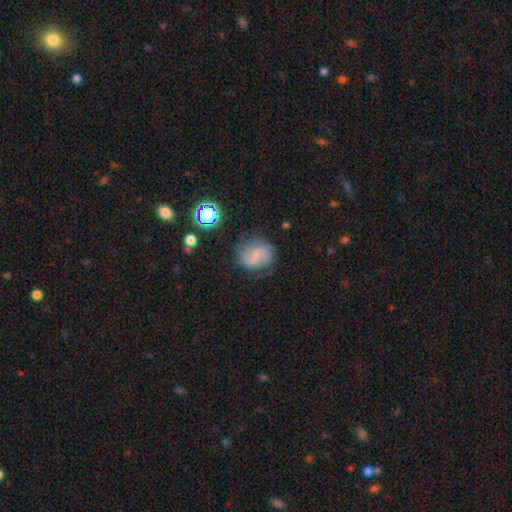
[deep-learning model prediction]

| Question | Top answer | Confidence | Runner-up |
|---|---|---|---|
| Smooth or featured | featured or disk | 63% | smooth (27%) |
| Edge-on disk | no | 98% | yes (2%) |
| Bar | weak | 50% | strong (26%) |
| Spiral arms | yes | 89% | no (11%) |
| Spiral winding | medium | 43% | loose (39%) |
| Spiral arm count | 2 | 86% | can't tell (7%) |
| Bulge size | none | 43% | small (40%) |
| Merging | none | 70% | minor disturbance (19%) |